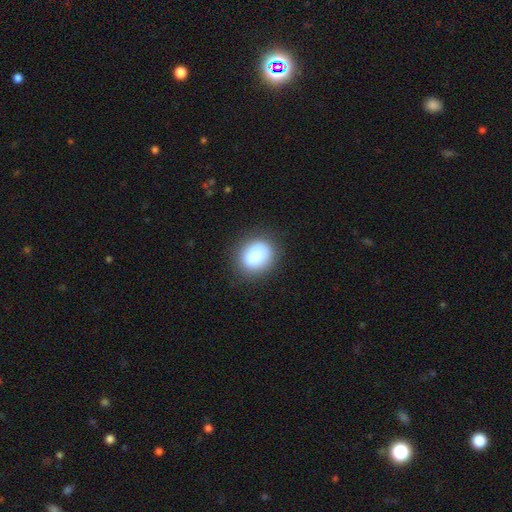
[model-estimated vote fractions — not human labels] A smooth galaxy with no disk features (84%) that is round (56%). Merging: none (81%).